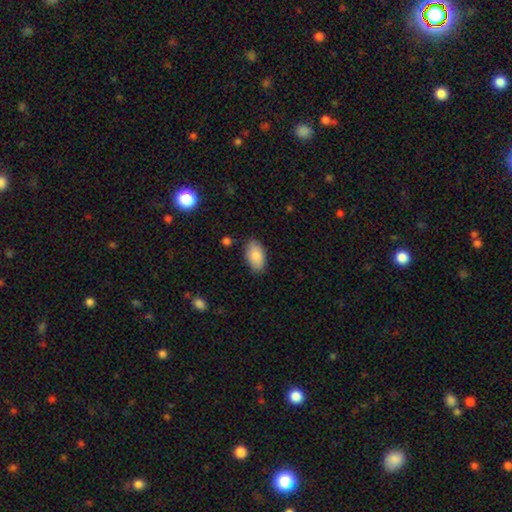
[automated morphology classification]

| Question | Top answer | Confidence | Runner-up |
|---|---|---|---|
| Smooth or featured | smooth | 87% | featured or disk (7%) |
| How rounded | in between | 94% | round (3%) |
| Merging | none | 85% | minor disturbance (12%) |